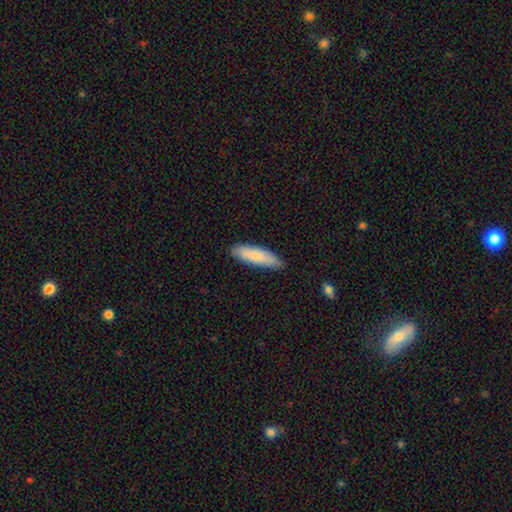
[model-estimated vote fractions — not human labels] Morphology: type=smooth (79%); roundness=cigar-shaped (62%); merging=none (85%).